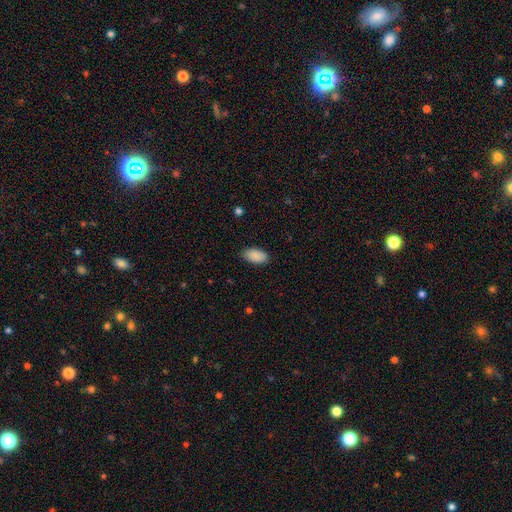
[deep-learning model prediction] This is clearly a smooth galaxy (90%). How rounded: clearly in between (95%). Merging: clearly none (85%).